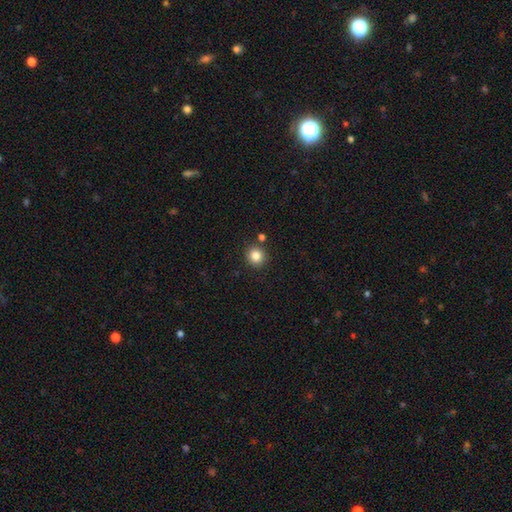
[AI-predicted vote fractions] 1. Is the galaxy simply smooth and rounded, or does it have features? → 84% smooth, 11% star or artifact, 5% featured or disk.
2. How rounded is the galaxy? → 90% round, 9% in between, 1% cigar-shaped.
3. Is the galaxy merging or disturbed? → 86% none, 7% minor disturbance, 5% merger, 2% major disturbance.